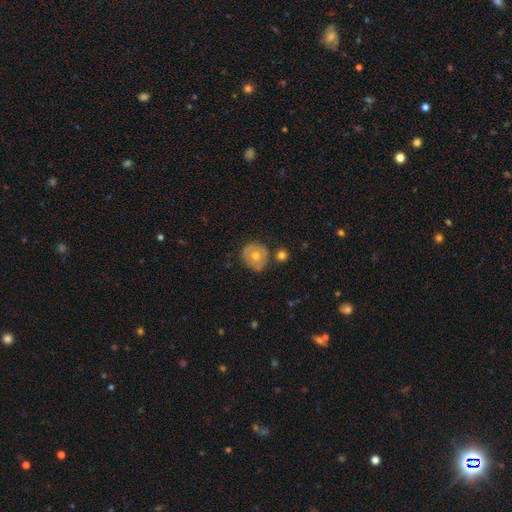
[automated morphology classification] This appears to be a smooth galaxy with no disk features (50%) that is round (86%). Merging: none (77%).